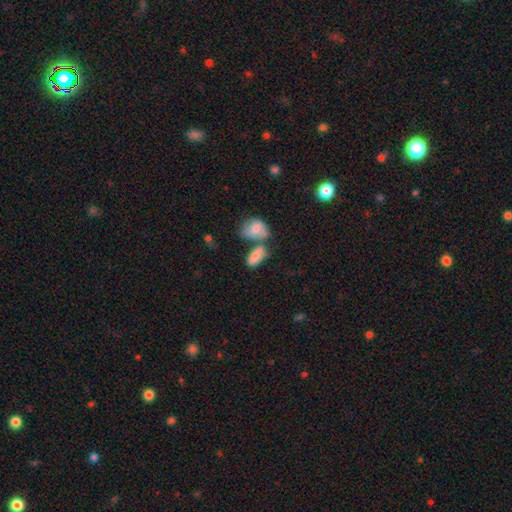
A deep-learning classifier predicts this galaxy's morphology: A smooth galaxy with no disk features (78%) that is in between round and cigar-shaped (88%).

Vote fractions:
- Smooth or featured? smooth: 78% / featured or disk: 14% / star or artifact: 8%
- How rounded? in between: 88% / cigar-shaped: 6% / round: 6%
- Merging? merger: 40% / none: 36% / minor disturbance: 16% / major disturbance: 7%